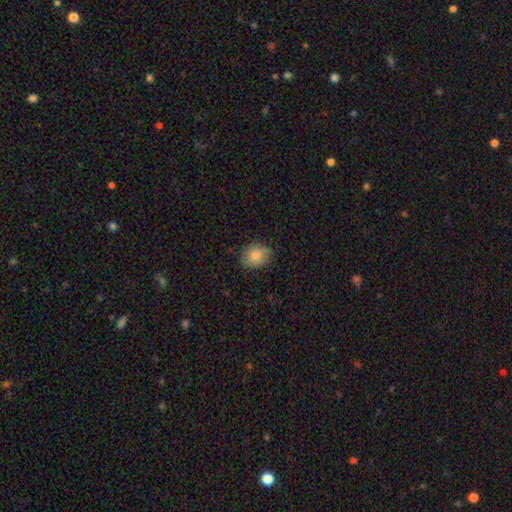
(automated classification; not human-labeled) Smooth or featured? smooth (83%)
How rounded? in between (54%)
Merging? none (79%)